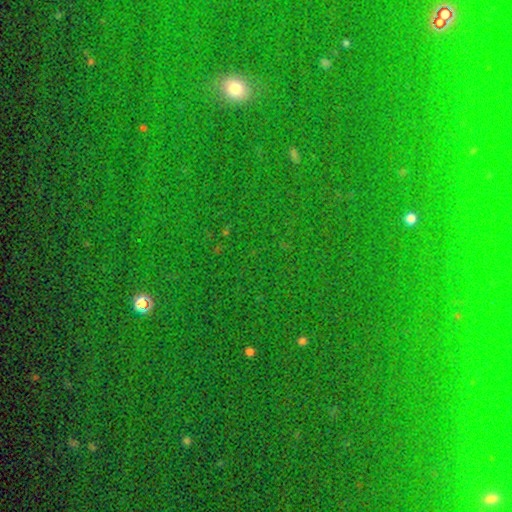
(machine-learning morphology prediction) Smooth or featured: star or artifact — 73% (smooth — 18%)